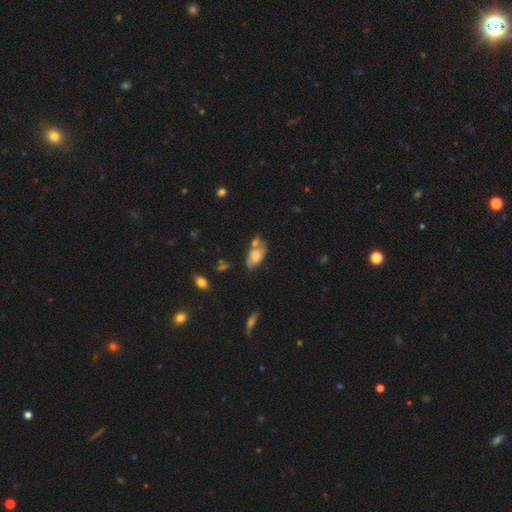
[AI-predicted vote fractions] smooth-or-featured: smooth: 50% | featured or disk: 42% | star or artifact: 8%
  how-rounded: in between: 91% | round: 5% | cigar-shaped: 4%
  merging: none: 43% | merger: 26% | minor disturbance: 23% | major disturbance: 9%